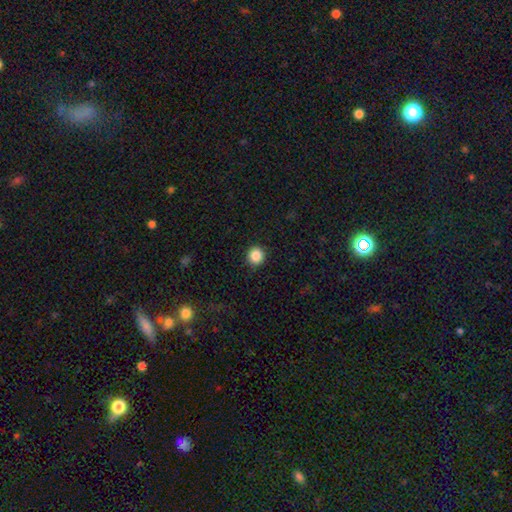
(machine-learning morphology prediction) Smooth or featured?
  - smooth: 86% *
  - star or artifact: 10%
  - featured or disk: 4%
How rounded?
  - round: 93% *
  - in between: 6%
  - cigar-shaped: 1%
Merging?
  - none: 92% *
  - minor disturbance: 5%
  - major disturbance: 2%
  - merger: 1%